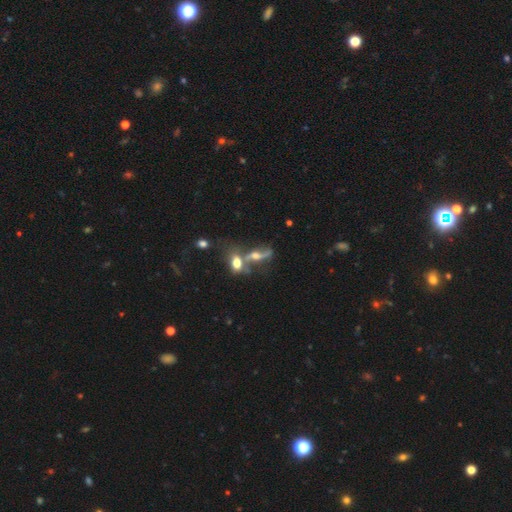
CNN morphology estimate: This is possibly a featured or disk galaxy (59%). It is likely not viewed edge-on (72%). Merging: possibly merger (52%).